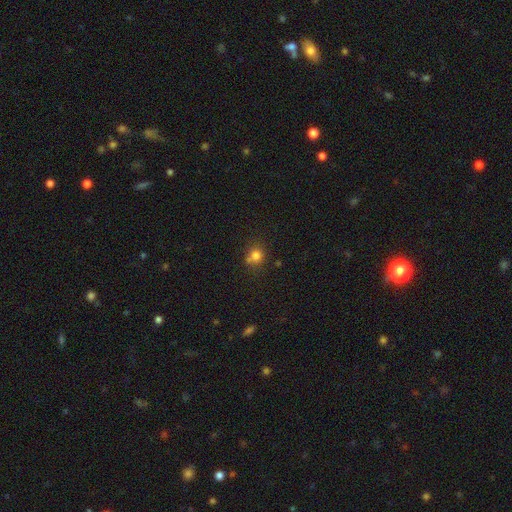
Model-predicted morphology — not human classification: smooth 78%, star or artifact 14%, featured or disk 8%. Down the decision tree: how rounded — round (83%); merging — none (62%).